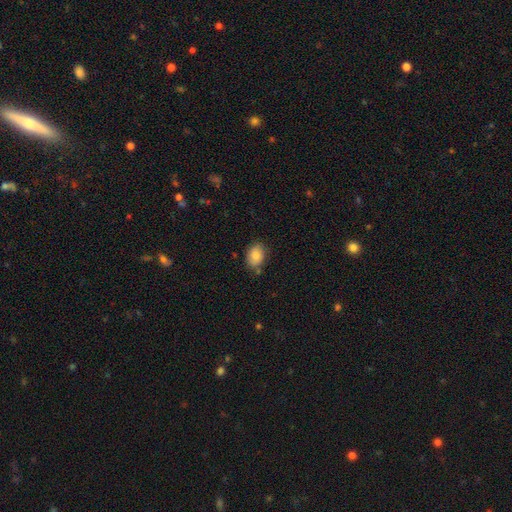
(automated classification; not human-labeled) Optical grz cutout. It shows a smooth galaxy with no disk features (84%) that is in between round and cigar-shaped (74%). Merging: none (76%).